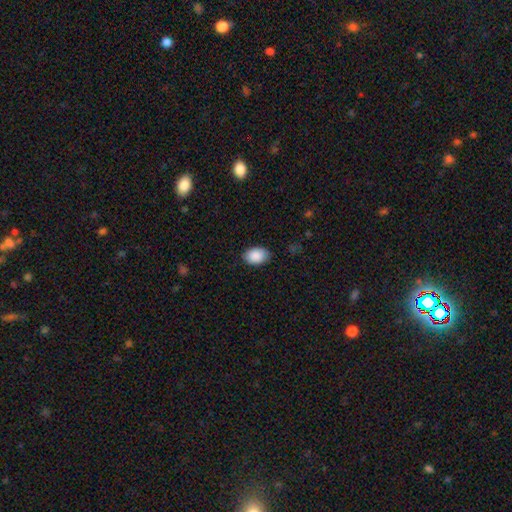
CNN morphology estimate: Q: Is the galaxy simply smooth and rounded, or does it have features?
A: smooth — 90%.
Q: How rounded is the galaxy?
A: in between — 81%.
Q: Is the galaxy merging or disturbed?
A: none — 86%.